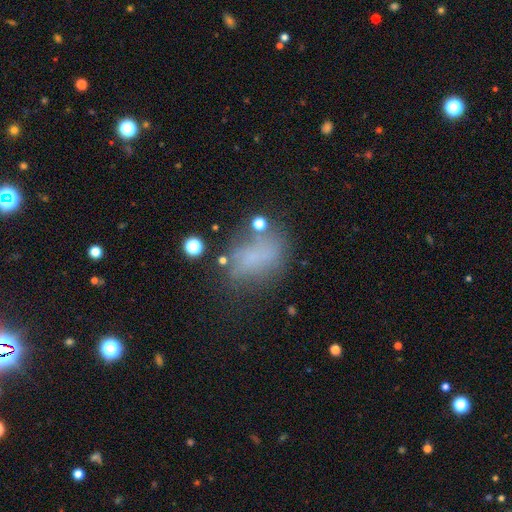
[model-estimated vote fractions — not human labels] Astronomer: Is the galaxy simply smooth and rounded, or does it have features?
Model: smooth — 59%.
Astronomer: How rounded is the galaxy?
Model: in between — 73%.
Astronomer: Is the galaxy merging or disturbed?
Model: none — 48% (runner-up: minor disturbance, 25%).